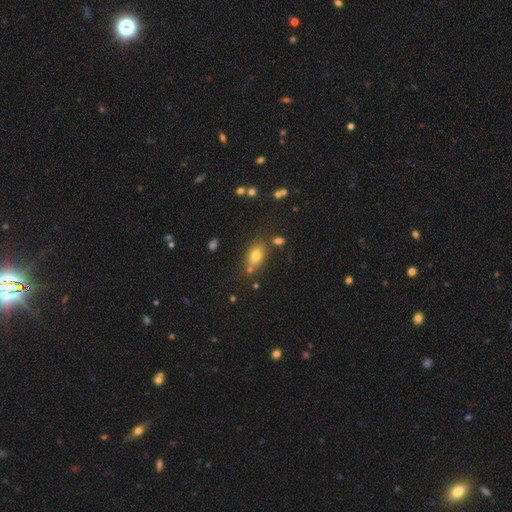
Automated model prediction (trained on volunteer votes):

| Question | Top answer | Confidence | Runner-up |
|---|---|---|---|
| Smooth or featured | smooth | 75% | featured or disk (13%) |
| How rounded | in between | 78% | round (18%) |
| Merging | none | 68% | minor disturbance (15%) |